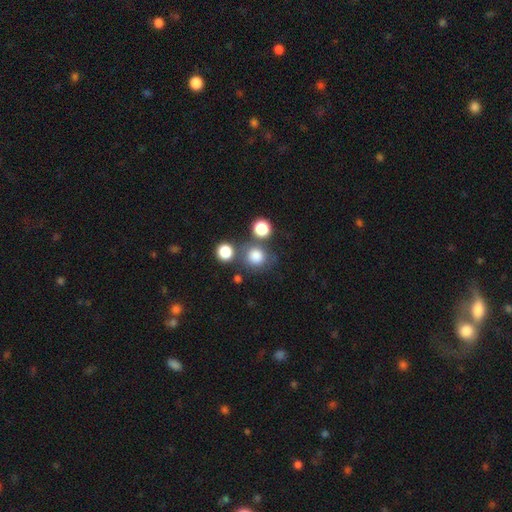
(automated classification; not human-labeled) Smooth or featured?
  - smooth: 80% *
  - star or artifact: 13%
  - featured or disk: 7%
How rounded?
  - round: 87% *
  - in between: 12%
  - cigar-shaped: 1%
Merging?
  - none: 66% *
  - merger: 17%
  - minor disturbance: 11%
  - major disturbance: 5%